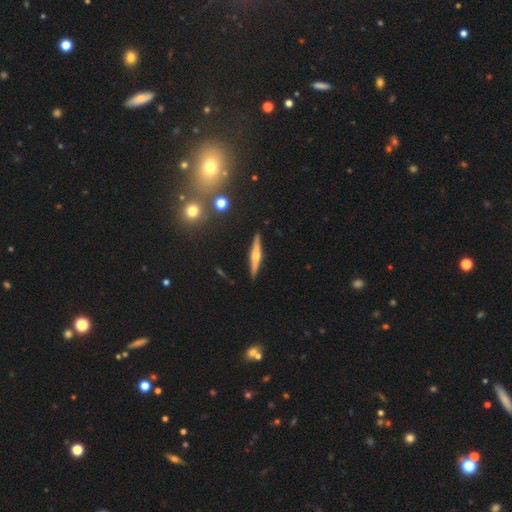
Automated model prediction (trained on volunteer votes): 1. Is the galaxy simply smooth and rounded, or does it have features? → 66% featured or disk, 27% smooth, 7% star or artifact.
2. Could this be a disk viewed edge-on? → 97% yes, 3% no.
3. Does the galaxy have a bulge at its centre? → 90% rounded, 5% none, 5% boxy.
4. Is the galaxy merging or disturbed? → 90% none, 7% minor disturbance, 1% major disturbance, 1% merger.